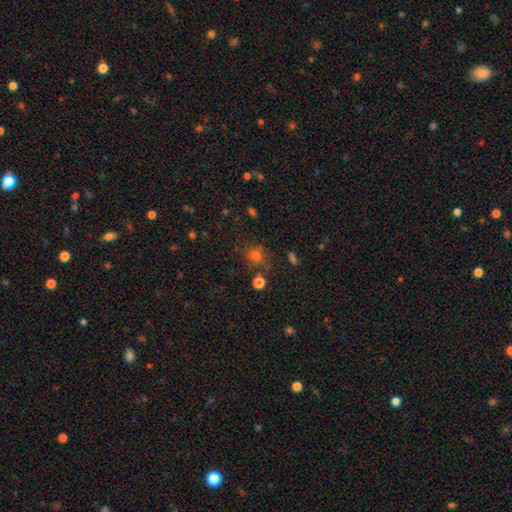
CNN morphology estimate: smooth 63%, star or artifact 27%, featured or disk 10%. Down the decision tree: how rounded — round (78%); merging — none (72%).